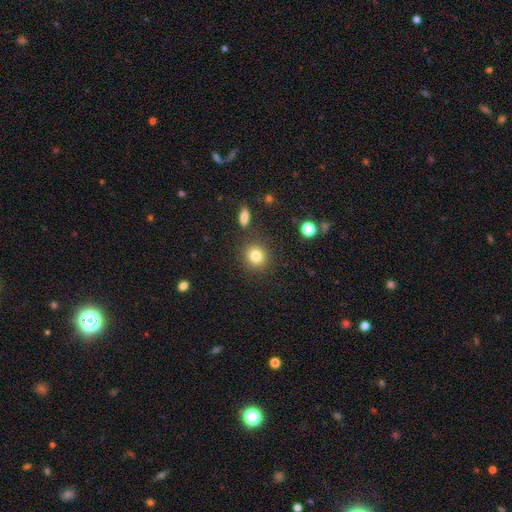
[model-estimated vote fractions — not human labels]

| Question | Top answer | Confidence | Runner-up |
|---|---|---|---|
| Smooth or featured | smooth | 83% | star or artifact (11%) |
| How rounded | round | 86% | in between (13%) |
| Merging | none | 86% | minor disturbance (8%) |